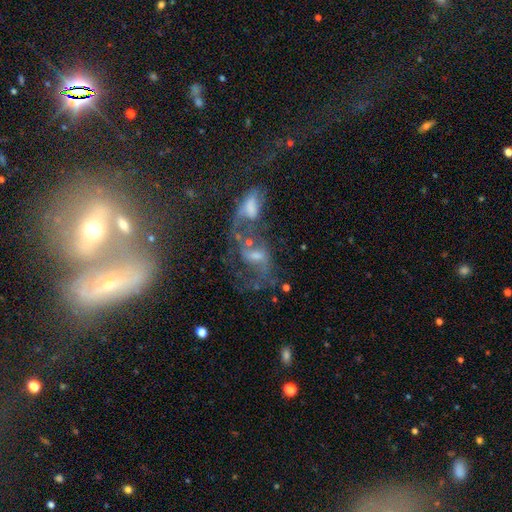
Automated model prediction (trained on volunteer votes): A featured or disk galaxy (68%) with a weak bar (48%), 2 (79%) loose (53%) spiral arms (81%) and a moderate central bulge (39%).

Vote fractions:
- Smooth or featured? featured or disk: 68% / star or artifact: 17% / smooth: 15%
- Edge-on disk? no: 95% / yes: 5%
- Bar? weak: 48% / no: 34% / strong: 19%
- Spiral arms? yes: 81% / no: 19%
- Spiral winding? loose: 53% / medium: 36% / tight: 11%
- Spiral arm count? 2: 79% / can't tell: 10% / 1: 6% / 3: 2% / 4: 2% / more than 4: 2%
- Bulge size? moderate: 39% / small: 38% / none: 15% / large: 6% / dominant: 2%
- Merging? merger: 42% / none: 27% / major disturbance: 18% / minor disturbance: 12%